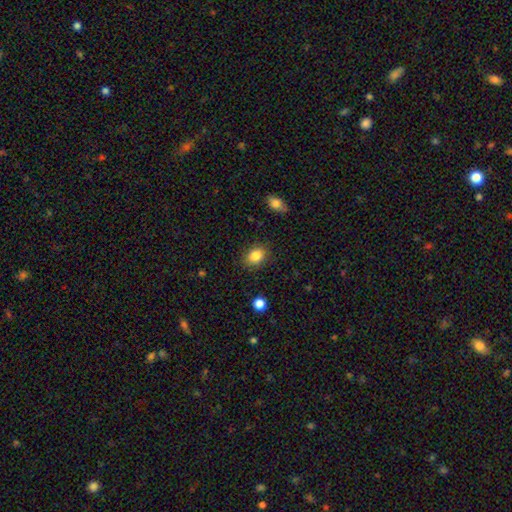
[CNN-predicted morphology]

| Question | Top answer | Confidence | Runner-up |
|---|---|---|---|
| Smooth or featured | smooth | 85% | star or artifact (9%) |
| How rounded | in between | 59% | round (40%) |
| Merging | none | 85% | minor disturbance (10%) |